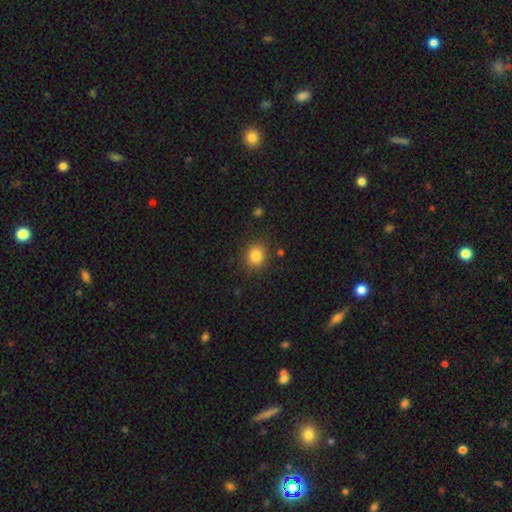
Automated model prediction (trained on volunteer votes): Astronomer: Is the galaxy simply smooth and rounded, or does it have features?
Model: smooth — 85%.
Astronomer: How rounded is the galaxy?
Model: round — 76%.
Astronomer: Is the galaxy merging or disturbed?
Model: none — 87%.